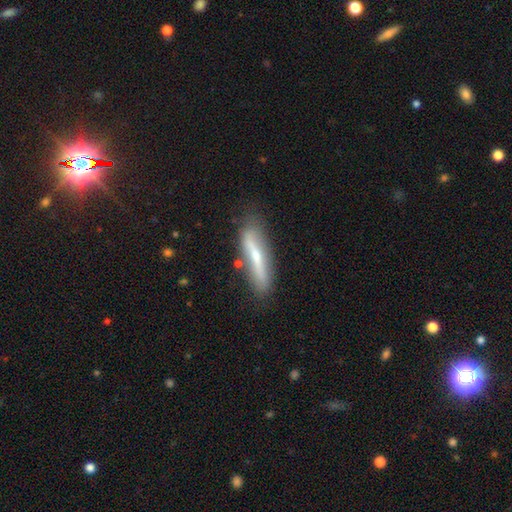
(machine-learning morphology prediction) Smooth or featured? Predicted: featured or disk (p=0.51). Edge-on disk? Predicted: yes (p=0.68). Merging? Predicted: none (p=0.71).